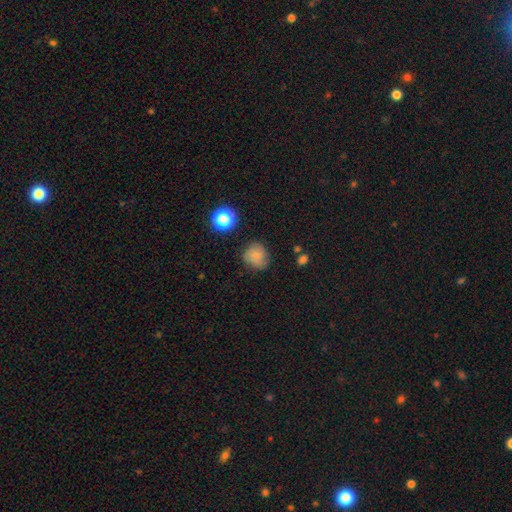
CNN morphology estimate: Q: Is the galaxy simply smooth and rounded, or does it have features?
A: smooth — 76%.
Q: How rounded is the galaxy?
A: round — 83%.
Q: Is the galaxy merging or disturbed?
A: none — 73%.